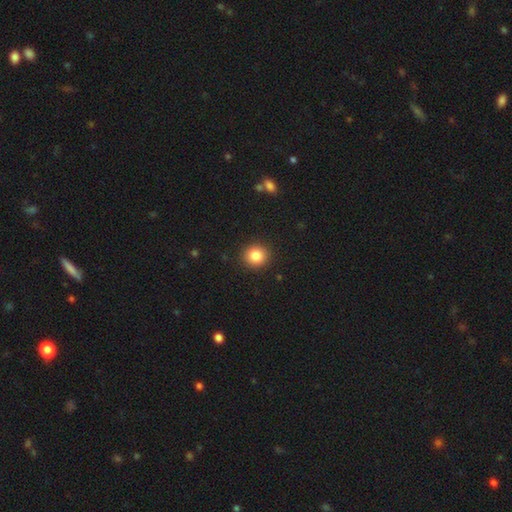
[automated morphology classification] Smooth or featured? Predicted: smooth (p=0.84). How rounded? Predicted: round (p=0.89). Merging? Predicted: none (p=0.91).